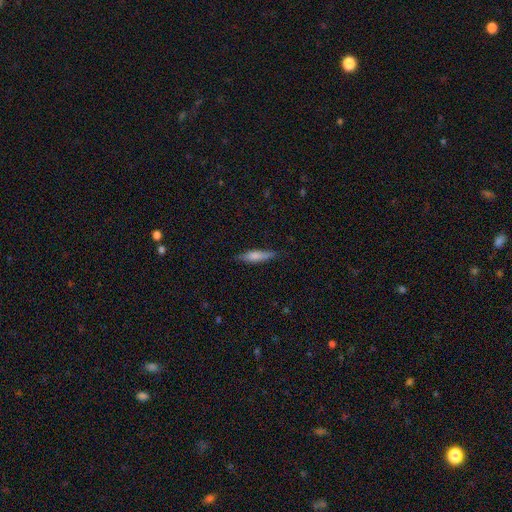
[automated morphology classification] A smooth galaxy with no disk features (70%) that is cigar-shaped (74%).

Vote fractions:
- Smooth or featured? smooth: 70% / featured or disk: 24% / star or artifact: 6%
- How rounded? cigar-shaped: 74% / in between: 25% / round: 2%
- Merging? none: 77% / minor disturbance: 18% / major disturbance: 3% / merger: 1%